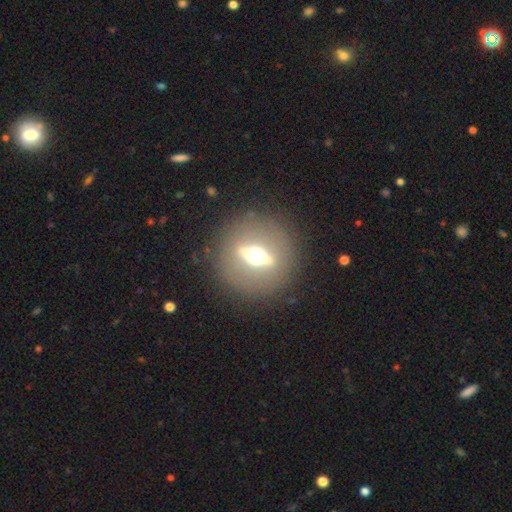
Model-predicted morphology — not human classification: A featured or disk galaxy (74%) viewed edge-on (68%). Merging: none (87%).